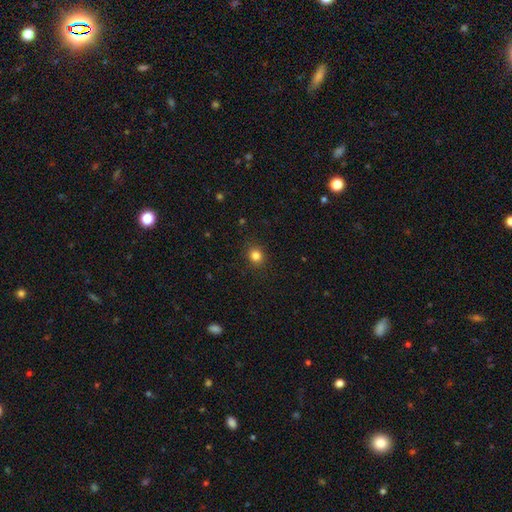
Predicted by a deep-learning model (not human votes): Smooth or featured: smooth — 83% (star or artifact — 12%)
How rounded: round — 83% (in between — 16%)
Merging: none — 90% (minor disturbance — 7%)